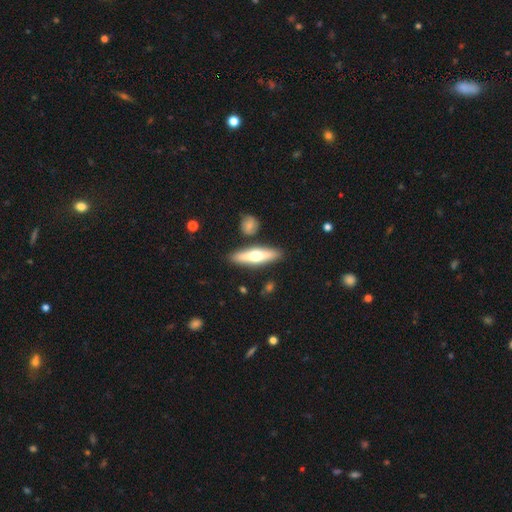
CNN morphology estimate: Overall: smooth (47%, tied with featured or disk). Merging: none (85%).